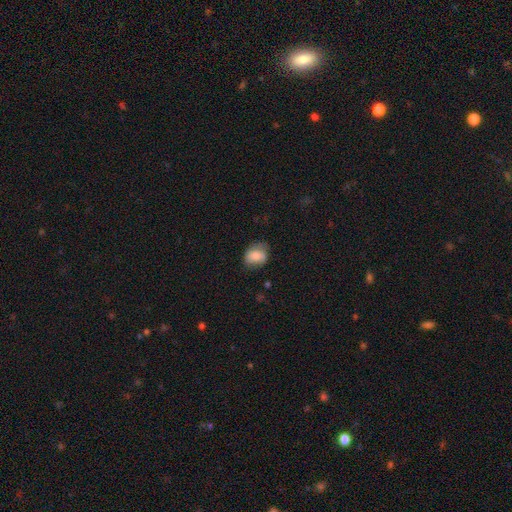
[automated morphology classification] type=smooth (74%); roundness=in between (53%); merging=none (63%).